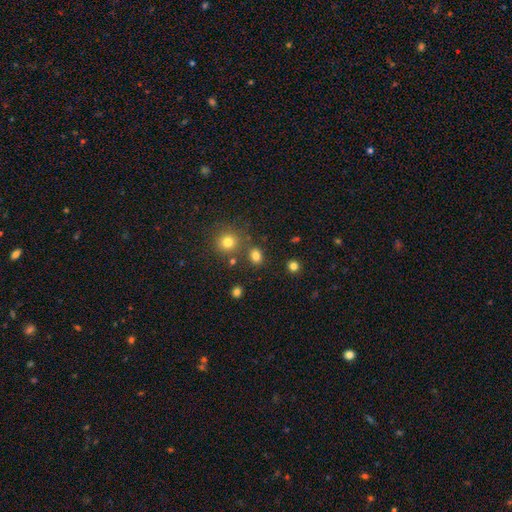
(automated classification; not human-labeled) Smooth or featured? smooth (79%)
How rounded? round (51%)
Merging? none (78%)